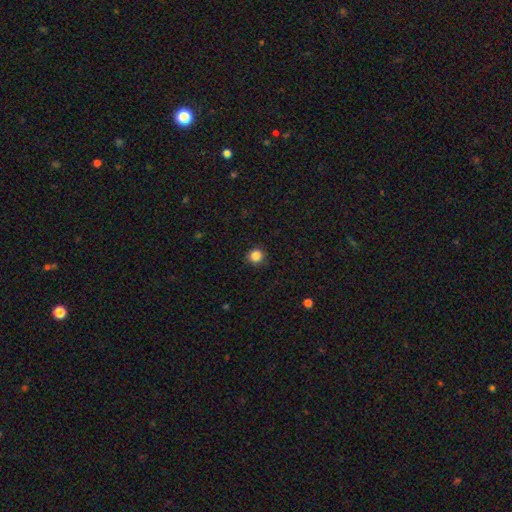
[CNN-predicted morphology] Smooth or featured? smooth (86%)
How rounded? round (93%)
Merging? none (90%)